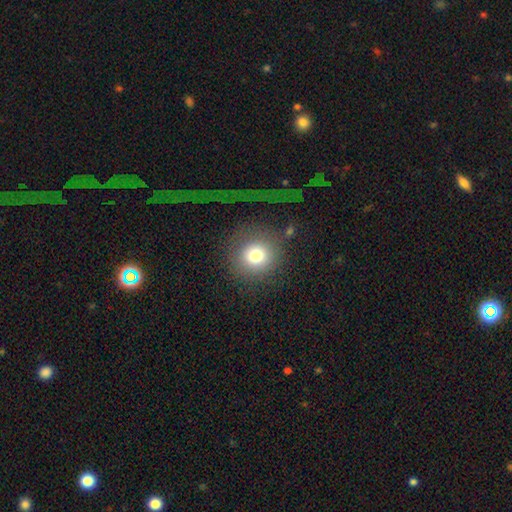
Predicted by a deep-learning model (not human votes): smooth 75%, featured or disk 14%, star or artifact 11%. Down the decision tree: how rounded — round (90%); merging — none (61%).